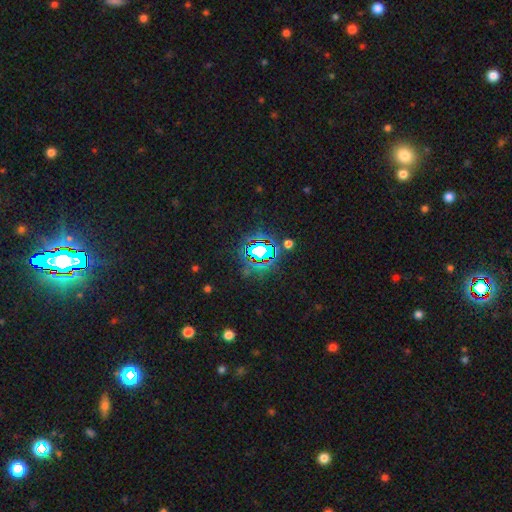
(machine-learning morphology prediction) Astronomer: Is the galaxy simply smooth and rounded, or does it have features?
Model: star or artifact — 78%.